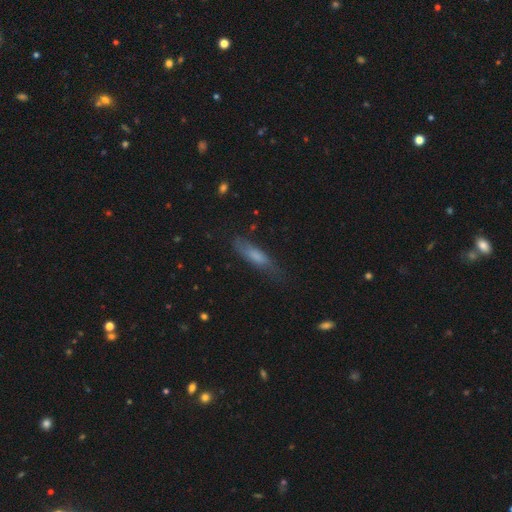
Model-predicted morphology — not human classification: A smooth galaxy with no disk features (64%) that is cigar-shaped (62%).

Vote fractions:
- Smooth or featured? smooth: 64% / featured or disk: 28% / star or artifact: 8%
- How rounded? cigar-shaped: 62% / in between: 36% / round: 2%
- Merging? none: 63% / minor disturbance: 26% / major disturbance: 9% / merger: 2%